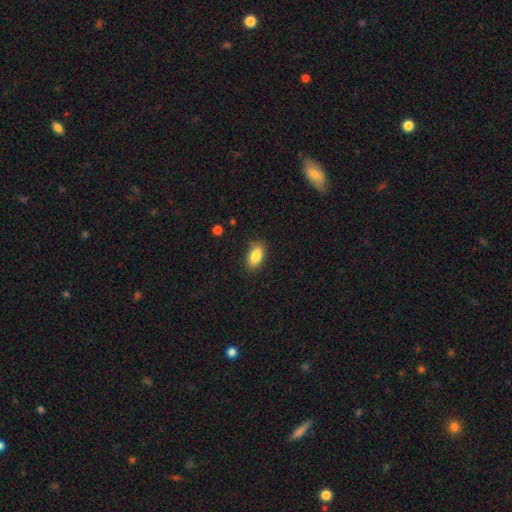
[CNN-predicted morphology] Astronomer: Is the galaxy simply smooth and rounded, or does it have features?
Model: smooth — 85%.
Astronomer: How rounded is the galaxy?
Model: in between — 89%.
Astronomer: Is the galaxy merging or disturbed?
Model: none — 83%.